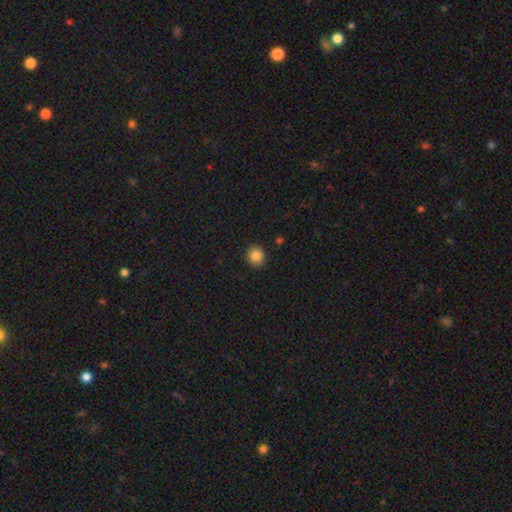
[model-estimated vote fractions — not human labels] A smooth galaxy with no disk features (86%) that is round (88%).

Vote fractions:
- Smooth or featured? smooth: 86% / star or artifact: 10% / featured or disk: 4%
- How rounded? round: 88% / in between: 11% / cigar-shaped: 1%
- Merging? none: 90% / minor disturbance: 7% / major disturbance: 2% / merger: 1%